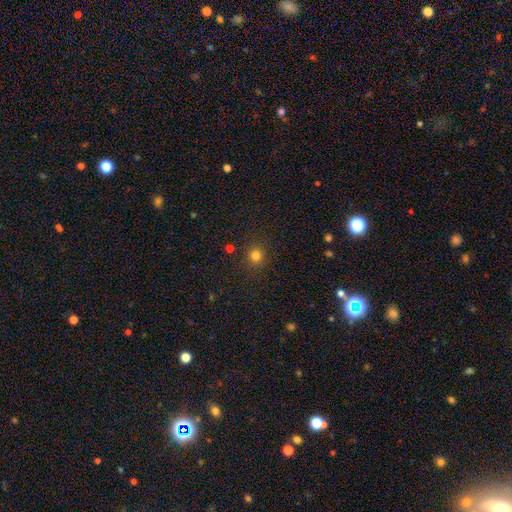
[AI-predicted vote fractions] smooth 80%, star or artifact 15%, featured or disk 5%. Down the decision tree: how rounded — round (89%); merging — none (88%).